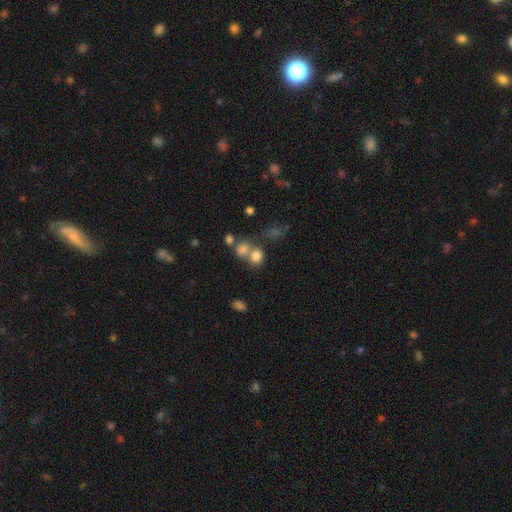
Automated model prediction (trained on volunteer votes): smooth 78%, star or artifact 13%, featured or disk 9%. Down the decision tree: how rounded — round (66%); merging — none (43%).